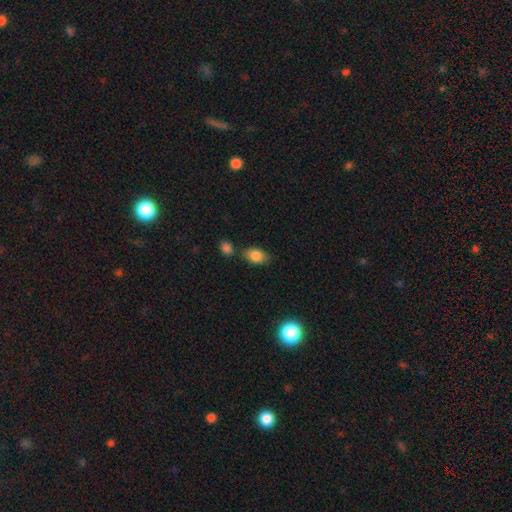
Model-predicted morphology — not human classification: smooth-or-featured: smooth: 84% | star or artifact: 9% | featured or disk: 8%
  how-rounded: in between: 85% | round: 13% | cigar-shaped: 2%
  merging: none: 70% | minor disturbance: 14% | merger: 12% | major disturbance: 4%